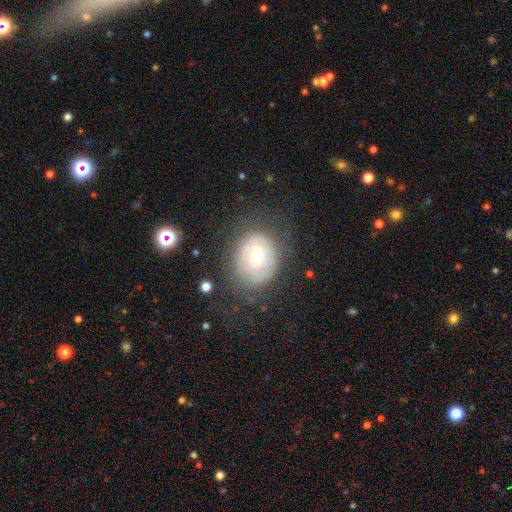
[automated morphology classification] smooth-or-featured: featured or disk: 53% | smooth: 39% | star or artifact: 8%
  disk-edge-on: no: 96% | yes: 4%
    bar: no: 76% | weak: 19% | strong: 5%
    has-spiral-arms: yes: 55% | no: 45%
    bulge-size: moderate: 70% | small: 18% | large: 10% | dominant: 1% | none: 1%
  merging: none: 64% | minor disturbance: 20% | major disturbance: 14% | merger: 2%